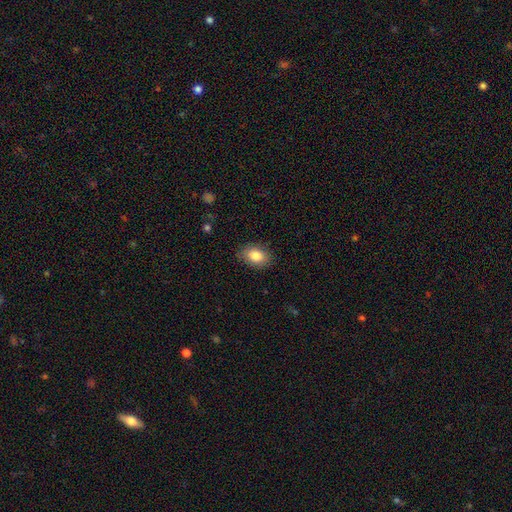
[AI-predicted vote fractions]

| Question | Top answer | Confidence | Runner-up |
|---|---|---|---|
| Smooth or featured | smooth | 85% | star or artifact (8%) |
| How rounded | in between | 82% | round (16%) |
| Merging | none | 85% | minor disturbance (11%) |